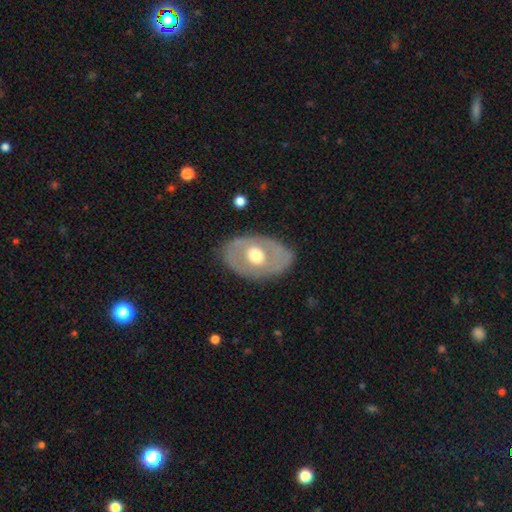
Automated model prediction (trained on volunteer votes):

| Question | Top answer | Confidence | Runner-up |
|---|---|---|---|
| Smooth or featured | featured or disk | 55% | smooth (40%) |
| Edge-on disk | no | 90% | yes (10%) |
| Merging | none | 79% | minor disturbance (14%) |